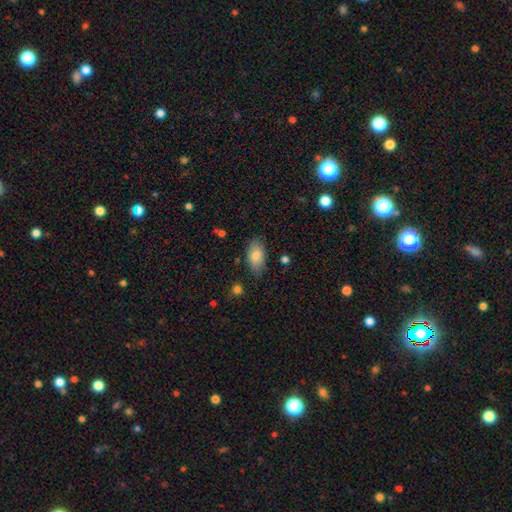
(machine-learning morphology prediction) type=smooth (81%); roundness=in between (92%); merging=none (81%).